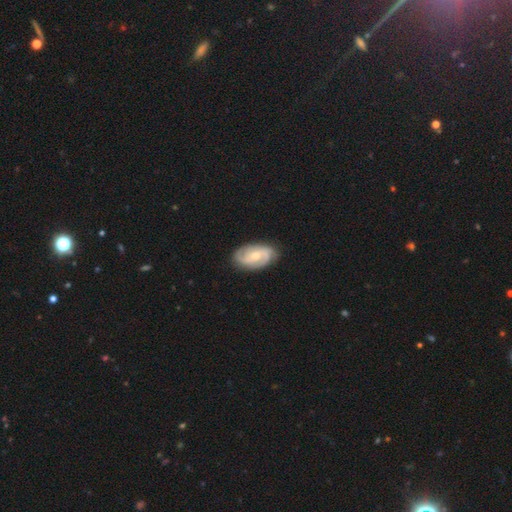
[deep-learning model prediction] Smooth or featured: featured or disk — 80% (smooth — 15%)
Edge-on disk: no — 96% (yes — 4%)
Bar: no — 55% (weak — 37%)
Spiral arms: yes — 96% (no — 4%)
Spiral winding: tight — 44% (medium — 43%)
Spiral arm count: 2 — 49% (3 — 28%)
Bulge size: moderate — 50% (small — 45%)
Merging: none — 82% (minor disturbance — 14%)